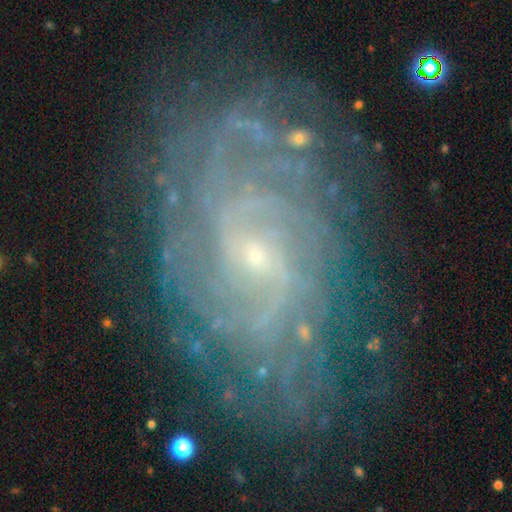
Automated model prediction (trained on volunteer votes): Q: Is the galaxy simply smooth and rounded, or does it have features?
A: featured or disk — 87%.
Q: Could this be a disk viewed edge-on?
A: no — 97%.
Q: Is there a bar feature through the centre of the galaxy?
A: no — 50%.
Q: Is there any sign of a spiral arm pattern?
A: yes — 96%.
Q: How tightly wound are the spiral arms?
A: tight — 61%.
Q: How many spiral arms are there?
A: can't tell — 34%.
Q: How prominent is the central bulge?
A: small — 85%.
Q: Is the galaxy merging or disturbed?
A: none — 72%.